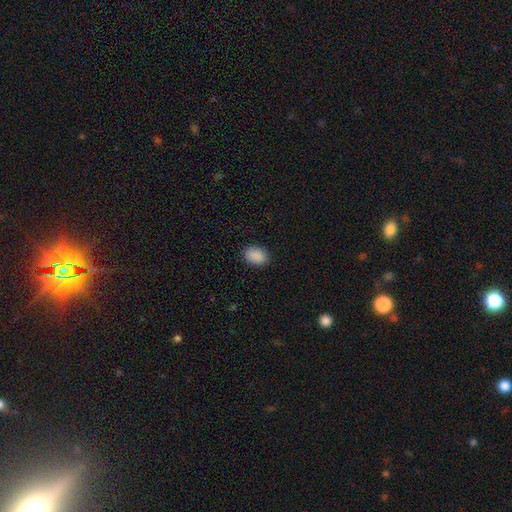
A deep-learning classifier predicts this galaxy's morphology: A smooth galaxy with no disk features (90%) that is in between round and cigar-shaped (77%).

Vote fractions:
- Smooth or featured? smooth: 90% / star or artifact: 8% / featured or disk: 2%
- How rounded? in between: 77% / round: 22% / cigar-shaped: 1%
- Merging? none: 89% / minor disturbance: 8% / major disturbance: 2% / merger: 1%